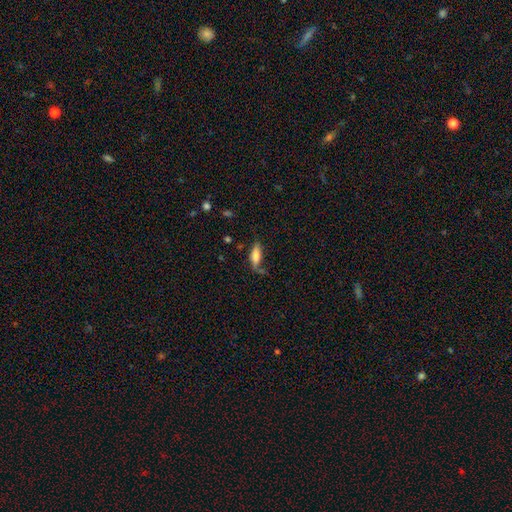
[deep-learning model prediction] This appears to be a smooth galaxy with no disk features (76%) that is in between round and cigar-shaped (66%). Merging: none (51%).